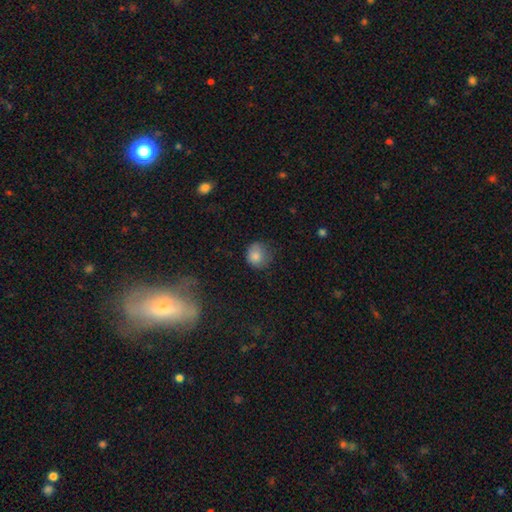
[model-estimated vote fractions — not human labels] Smooth or featured? smooth (83%)
How rounded? round (83%)
Merging? none (64%)